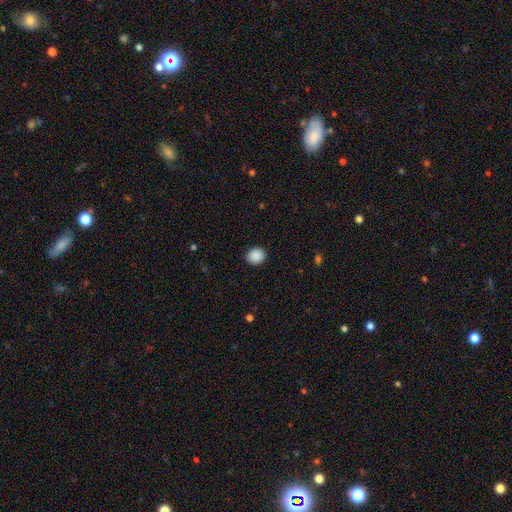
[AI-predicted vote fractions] This is clearly a smooth galaxy (89%). How rounded: likely round (79%). Merging: clearly none (91%).